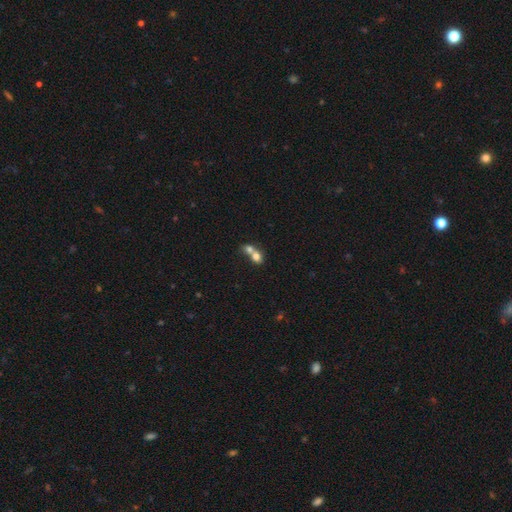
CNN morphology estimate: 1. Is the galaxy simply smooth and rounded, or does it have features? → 73% smooth, 17% featured or disk, 10% star or artifact.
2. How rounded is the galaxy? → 54% round, 44% in between, 2% cigar-shaped.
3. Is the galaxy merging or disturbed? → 73% merger, 19% none, 5% minor disturbance, 3% major disturbance.